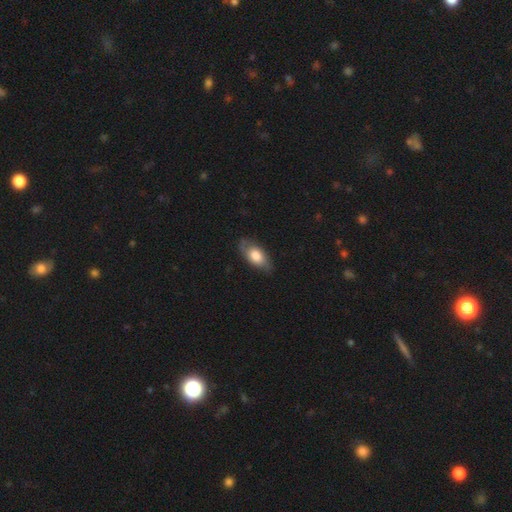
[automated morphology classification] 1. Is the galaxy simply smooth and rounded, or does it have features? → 65% smooth, 29% featured or disk, 6% star or artifact.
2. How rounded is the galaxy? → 90% in between, 6% cigar-shaped, 4% round.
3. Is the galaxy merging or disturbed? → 71% none, 22% minor disturbance, 5% major disturbance, 1% merger.